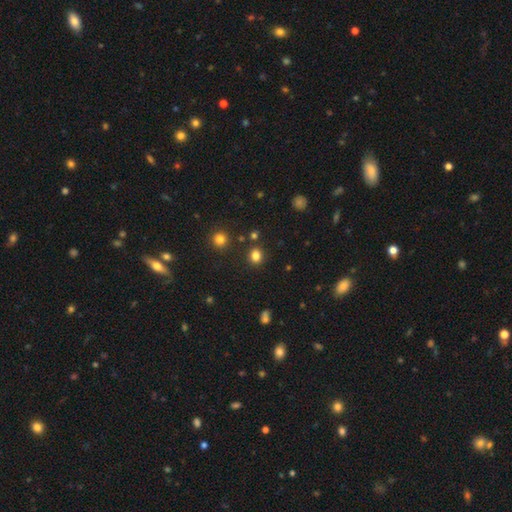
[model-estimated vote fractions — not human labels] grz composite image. It shows a smooth galaxy with no disk features (81%) that is round (65%). Merging: none (85%).